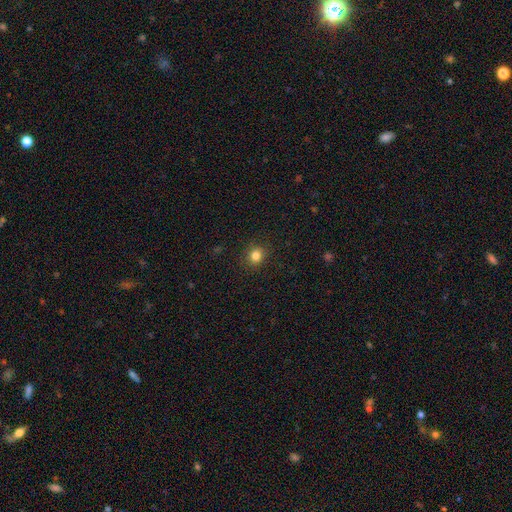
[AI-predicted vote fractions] Smooth or featured: smooth — 83% (star or artifact — 12%)
How rounded: round — 79% (in between — 20%)
Merging: none — 90% (minor disturbance — 7%)